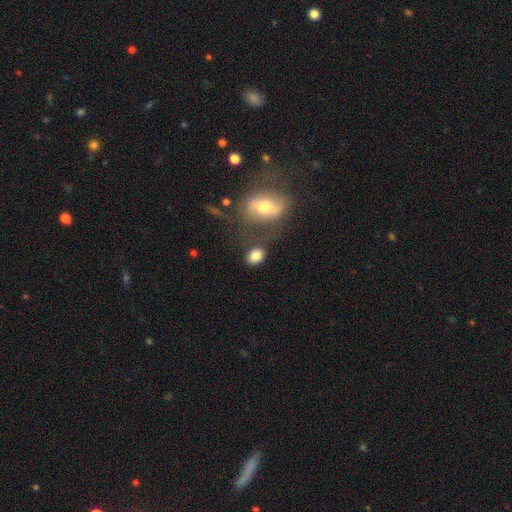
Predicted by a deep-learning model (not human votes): Overall: smooth (82%). How rounded: in between (65%; round 34%). Merging: none (68%).